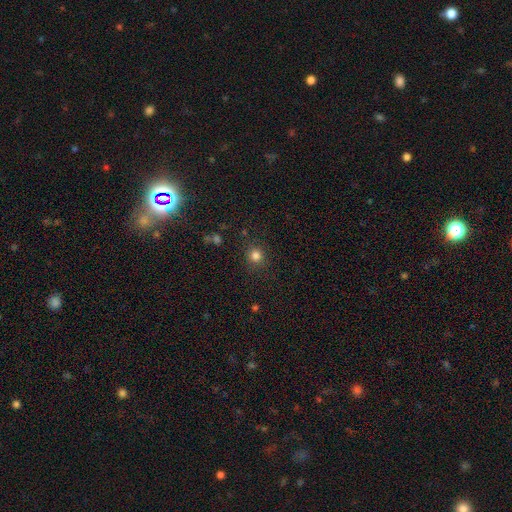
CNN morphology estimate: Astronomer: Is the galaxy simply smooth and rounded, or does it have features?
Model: smooth — 82%.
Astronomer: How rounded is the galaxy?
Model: round — 91%.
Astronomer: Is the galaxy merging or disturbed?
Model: none — 88%.